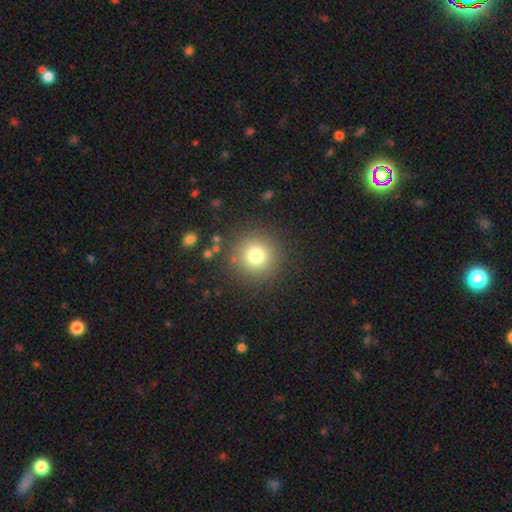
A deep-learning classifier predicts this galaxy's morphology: Smooth or featured? Predicted: smooth (p=0.77). How rounded? Predicted: round (p=0.95). Merging? Predicted: none (p=0.87).